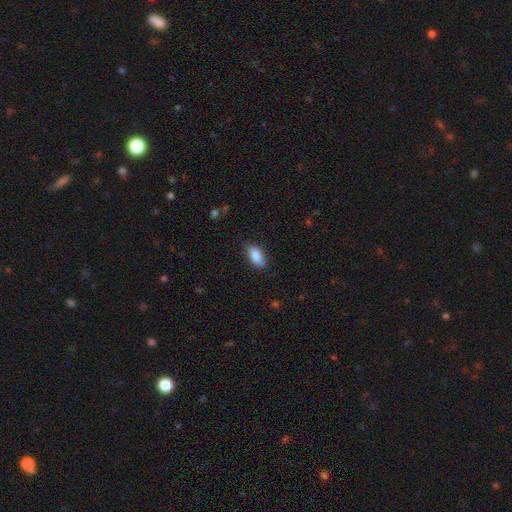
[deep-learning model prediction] Morphology: type=smooth (87%); roundness=in between (88%); merging=none (79%).